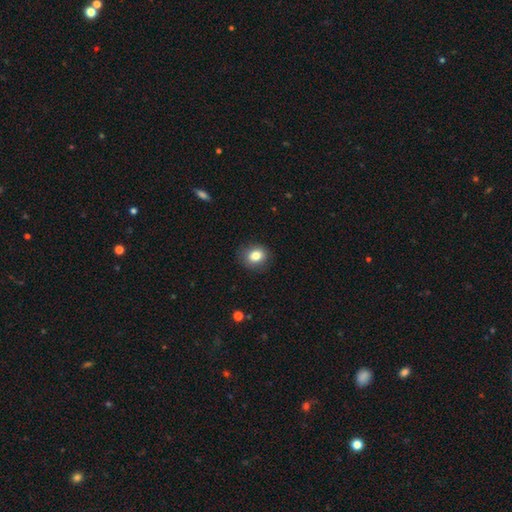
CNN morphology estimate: Q: Smooth or featured?
A: smooth (81%); runner-up: star or artifact (10%)
Q: How rounded?
A: round (65%); runner-up: in between (34%)
Q: Merging?
A: none (86%); runner-up: minor disturbance (10%)